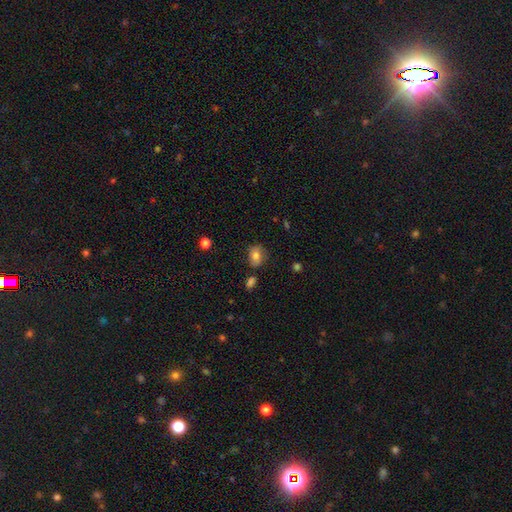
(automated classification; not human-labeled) Smooth or featured? Predicted: smooth (p=0.79). How rounded? Predicted: in between (p=0.57). Merging? Predicted: none (p=0.75).